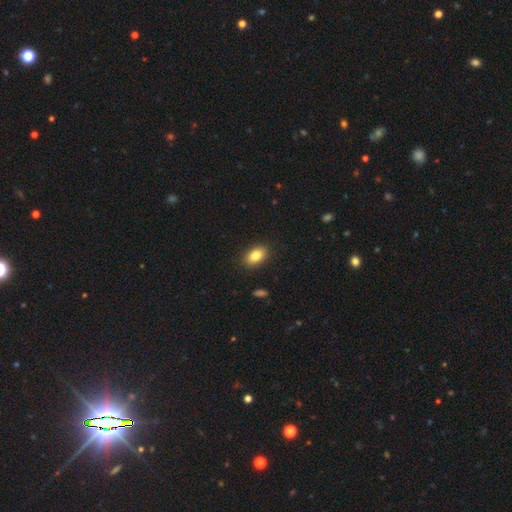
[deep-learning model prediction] A smooth galaxy with no disk features (84%) that is in between round and cigar-shaped (87%).

Vote fractions:
- Smooth or featured? smooth: 84% / star or artifact: 8% / featured or disk: 7%
- How rounded? in between: 87% / round: 11% / cigar-shaped: 2%
- Merging? none: 89% / minor disturbance: 8% / major disturbance: 2% / merger: 1%